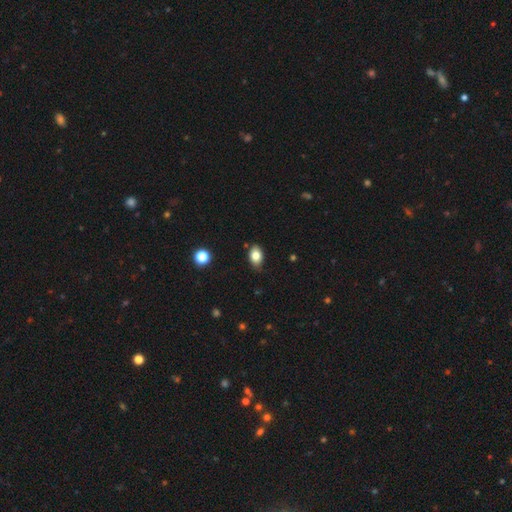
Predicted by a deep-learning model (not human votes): This appears to be a smooth galaxy with no disk features (82%) that is in between round and cigar-shaped (85%). Merging: none (81%).